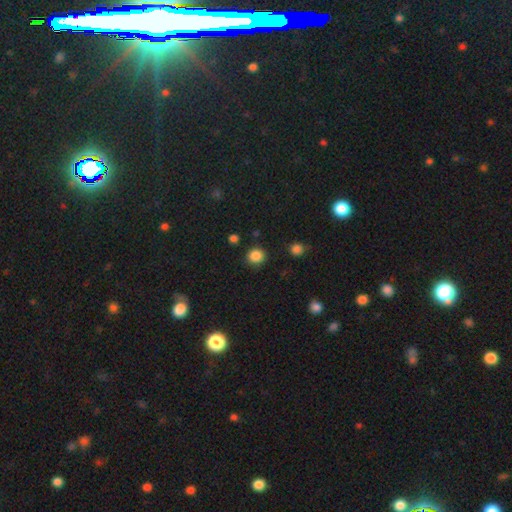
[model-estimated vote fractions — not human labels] smooth 85%, star or artifact 11%, featured or disk 4%. Down the decision tree: how rounded — round (85%); merging — none (86%).